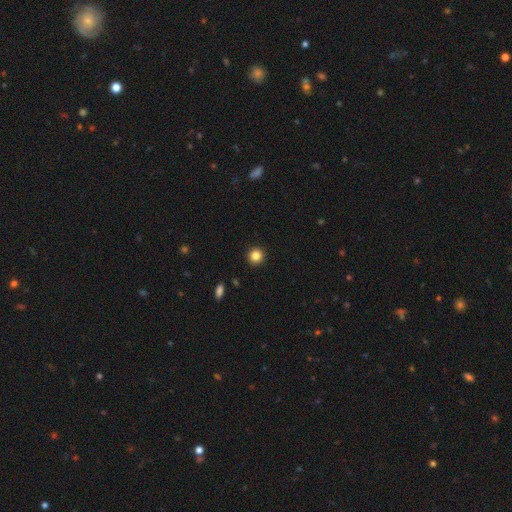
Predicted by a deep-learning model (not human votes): This is clearly a smooth galaxy (84%). How rounded: clearly round (95%). Merging: clearly none (93%).